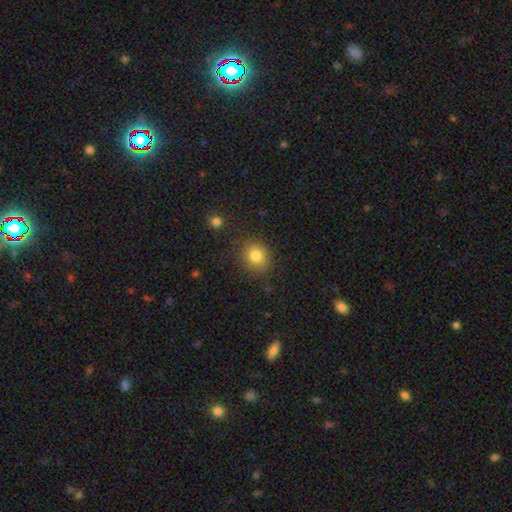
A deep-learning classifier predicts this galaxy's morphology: Smooth or featured? Predicted: smooth (p=0.82). How rounded? Predicted: round (p=0.75). Merging? Predicted: none (p=0.83).